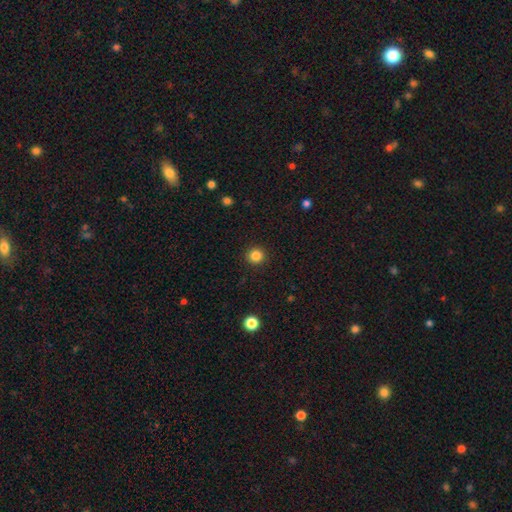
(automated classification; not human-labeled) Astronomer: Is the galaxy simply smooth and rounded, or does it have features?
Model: smooth — 85%.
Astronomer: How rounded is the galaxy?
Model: round — 94%.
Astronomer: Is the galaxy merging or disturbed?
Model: none — 93%.